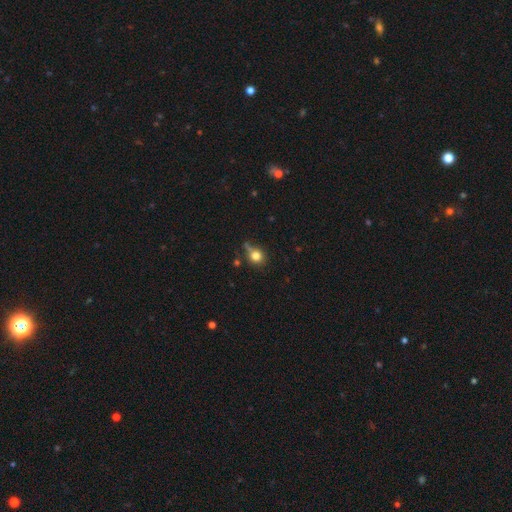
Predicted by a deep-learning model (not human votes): Smooth or featured? smooth (79%)
How rounded? round (83%)
Merging? none (57%)